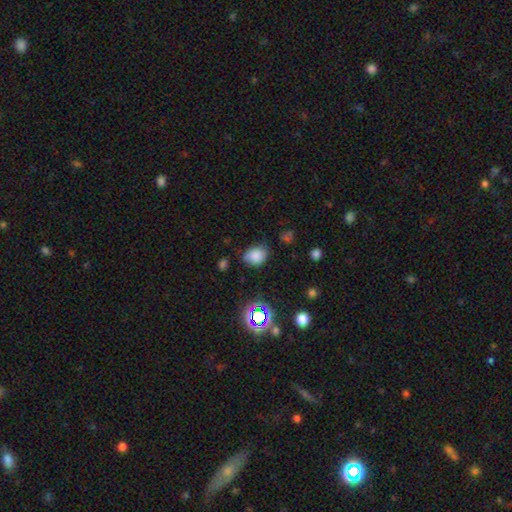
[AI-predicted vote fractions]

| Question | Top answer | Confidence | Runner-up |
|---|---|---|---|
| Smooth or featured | smooth | 78% | star or artifact (14%) |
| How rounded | in between | 56% | round (43%) |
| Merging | none | 61% | minor disturbance (29%) |